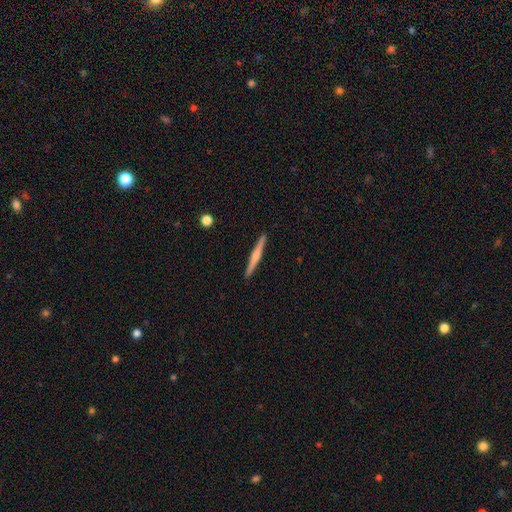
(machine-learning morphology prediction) smooth-or-featured: featured or disk: 51% | smooth: 44% | star or artifact: 5%
  disk-edge-on: yes: 98% | no: 2%
    edge-on-bulge: rounded: 48% | none: 40% | boxy: 12%
  merging: none: 92% | minor disturbance: 5% | major disturbance: 1% | merger: 1%